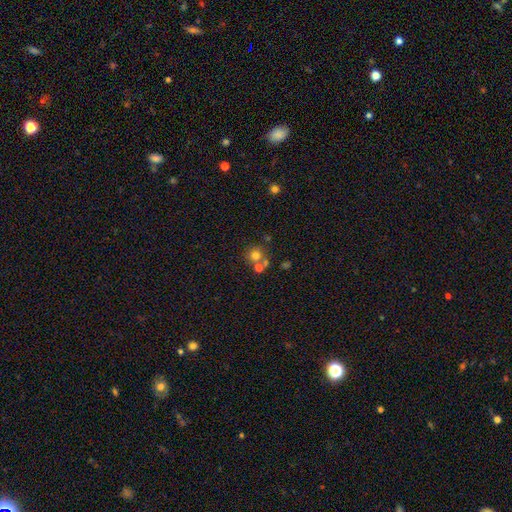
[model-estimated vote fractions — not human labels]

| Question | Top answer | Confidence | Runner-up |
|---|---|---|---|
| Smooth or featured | smooth | 70% | star or artifact (15%) |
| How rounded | round | 88% | in between (11%) |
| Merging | none | 55% | merger (34%) |